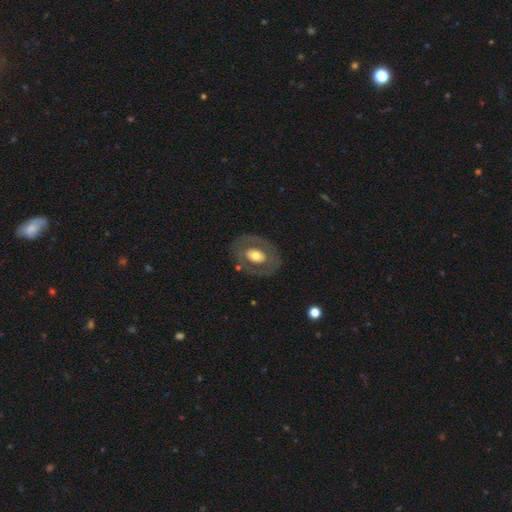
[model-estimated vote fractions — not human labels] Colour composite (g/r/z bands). It shows a featured or disk galaxy (51%). Merging: none (78%).